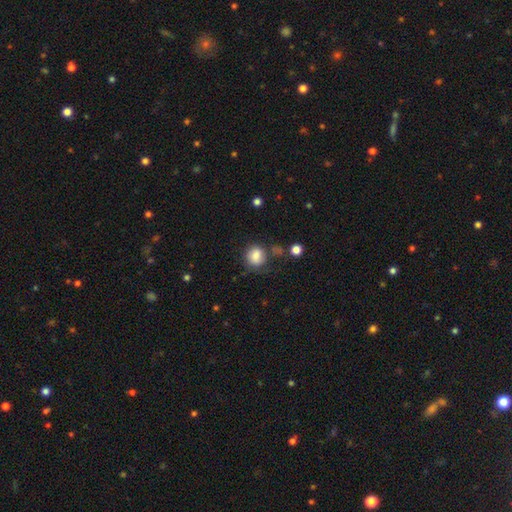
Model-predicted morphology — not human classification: The model was most divided on "merging": none: 66%, minor disturbance: 20%, major disturbance: 8%, merger: 7%. More confident: smooth or featured — smooth (82%); how rounded — round (77%).